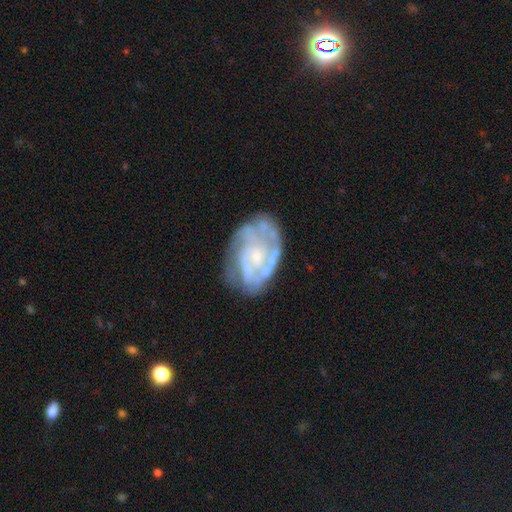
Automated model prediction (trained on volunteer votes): Q: Smooth or featured?
A: featured or disk (79%); runner-up: smooth (14%)
Q: Edge-on disk?
A: no (97%); runner-up: yes (3%)
Q: Bar?
A: no (73%); runner-up: weak (23%)
Q: Spiral arms?
A: yes (74%); runner-up: no (26%)
Q: Spiral winding?
A: tight (57%); runner-up: medium (31%)
Q: Spiral arm count?
A: can't tell (50%); runner-up: 2 (18%)
Q: Bulge size?
A: small (54%); runner-up: moderate (26%)
Q: Merging?
A: none (60%); runner-up: minor disturbance (23%)